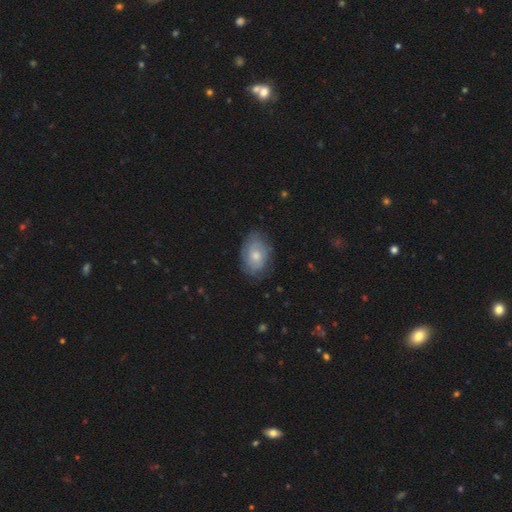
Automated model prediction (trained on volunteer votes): smooth 56%, featured or disk 37%, star or artifact 7%. Down the decision tree: how rounded — in between (77%); merging — none (71%).